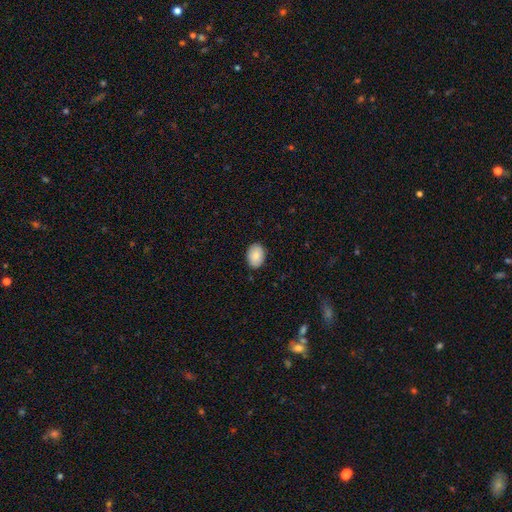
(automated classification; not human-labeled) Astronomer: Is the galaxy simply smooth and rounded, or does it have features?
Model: smooth — 85%.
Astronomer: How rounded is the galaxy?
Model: in between — 79%.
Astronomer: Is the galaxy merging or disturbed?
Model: none — 87%.